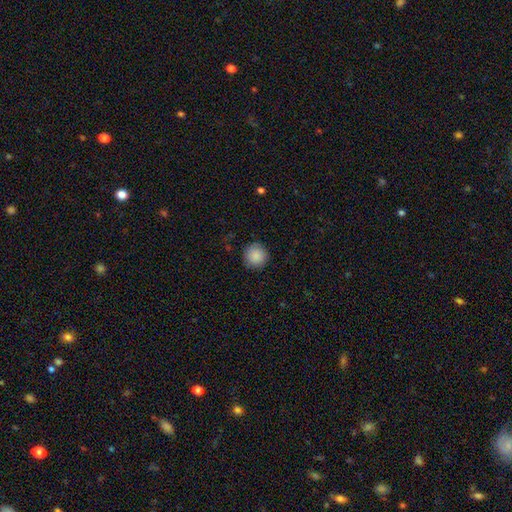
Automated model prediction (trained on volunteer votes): Morphology: type=smooth (88%); roundness=round (95%); merging=none (89%).